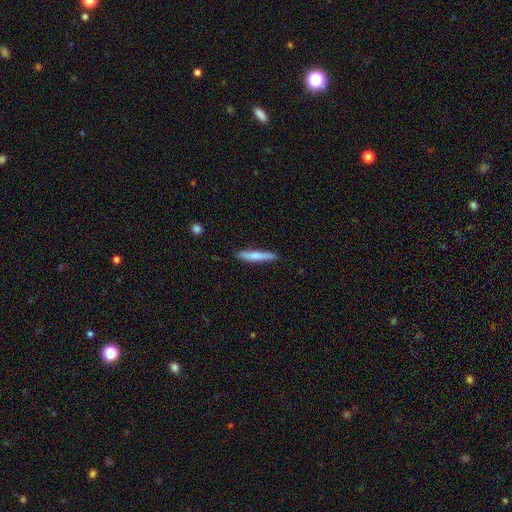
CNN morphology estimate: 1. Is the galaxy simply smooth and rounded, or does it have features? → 71% smooth, 23% featured or disk, 5% star or artifact.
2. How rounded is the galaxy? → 92% cigar-shaped, 7% in between, 1% round.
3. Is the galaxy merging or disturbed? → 86% none, 11% minor disturbance, 2% major disturbance, 1% merger.